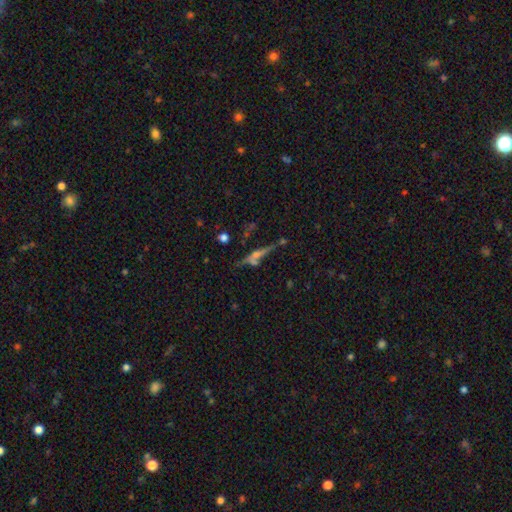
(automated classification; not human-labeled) Smooth or featured?
  - featured or disk: 55% *
  - smooth: 29%
  - star or artifact: 16%
Edge-on disk?
  - yes: 83% *
  - no: 17%
Merging?
  - none: 56% *
  - merger: 19%
  - minor disturbance: 15%
  - major disturbance: 9%